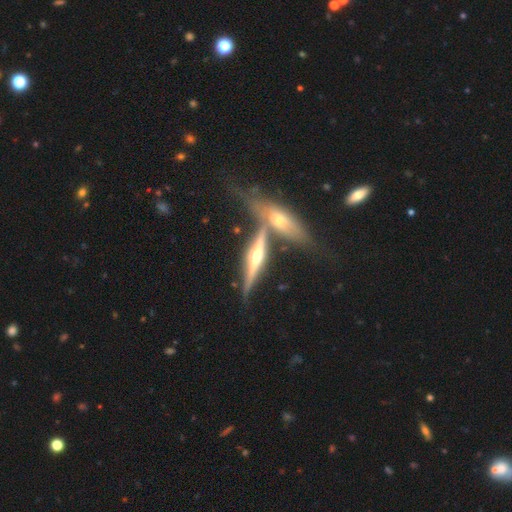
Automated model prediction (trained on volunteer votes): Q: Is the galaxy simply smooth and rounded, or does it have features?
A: featured or disk — 82%.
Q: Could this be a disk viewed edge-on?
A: yes — 96%.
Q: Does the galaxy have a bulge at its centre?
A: rounded — 94%.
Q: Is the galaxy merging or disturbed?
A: none — 56%.